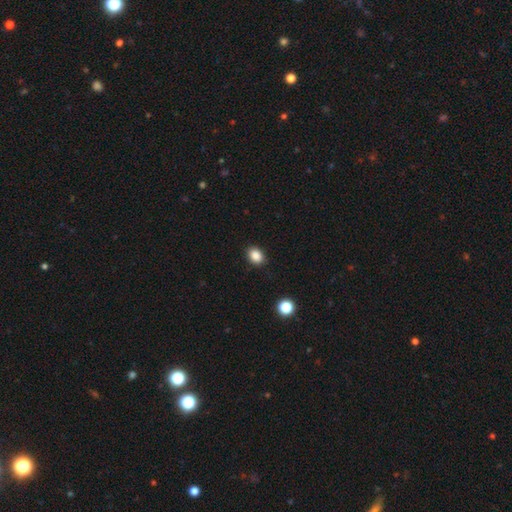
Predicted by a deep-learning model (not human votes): Smooth or featured: smooth — 87% (star or artifact — 10%)
How rounded: in between — 63% (round — 36%)
Merging: none — 88% (minor disturbance — 8%)